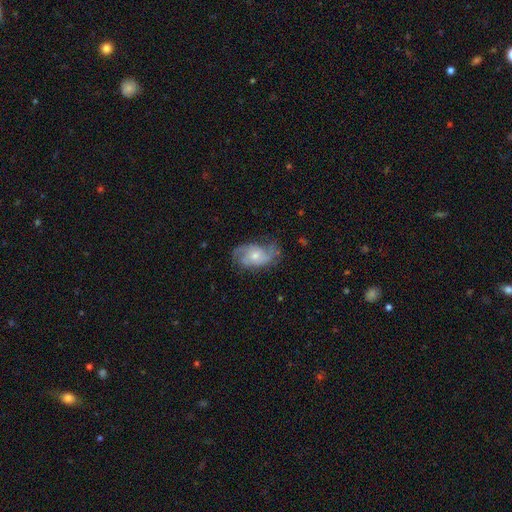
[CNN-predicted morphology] Smooth or featured: featured or disk — 75% (smooth — 19%)
Edge-on disk: no — 96% (yes — 4%)
Bar: no — 67% (weak — 28%)
Spiral arms: yes — 91% (no — 9%)
Spiral winding: medium — 46% (loose — 32%)
Spiral arm count: 2 — 61% (can't tell — 15%)
Bulge size: moderate — 46% (tied with small — 46%)
Merging: none — 62% (minor disturbance — 24%)